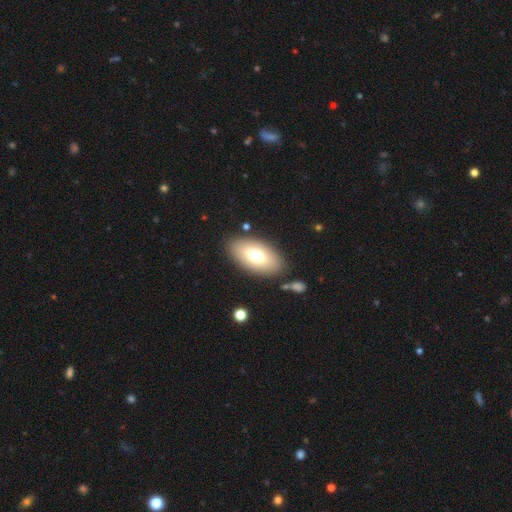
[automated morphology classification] smooth 69%, featured or disk 23%, star or artifact 7%. Down the decision tree: how rounded — in between (93%); merging — none (84%).